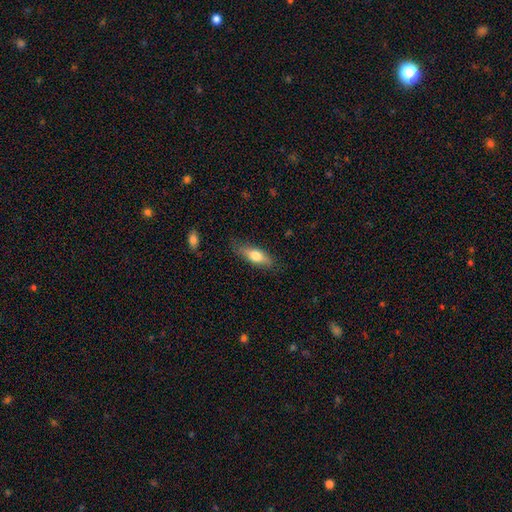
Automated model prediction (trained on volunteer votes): Smooth or featured: smooth — 68% (featured or disk — 25%)
How rounded: in between — 57% (cigar-shaped — 41%)
Merging: none — 79% (minor disturbance — 16%)